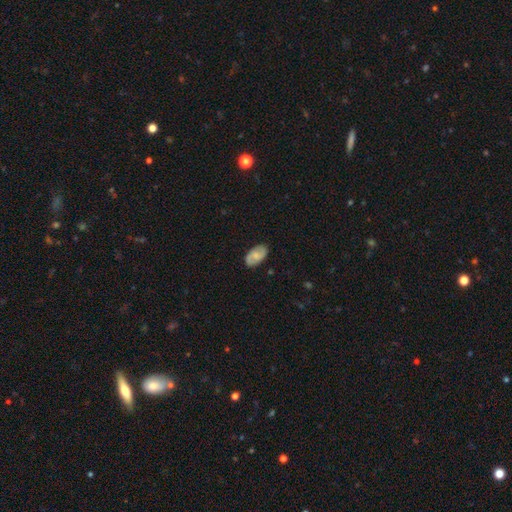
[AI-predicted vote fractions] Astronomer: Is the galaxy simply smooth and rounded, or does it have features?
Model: featured or disk — 47% (runner-up: smooth, 46%).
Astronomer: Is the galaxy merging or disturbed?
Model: none — 85%.